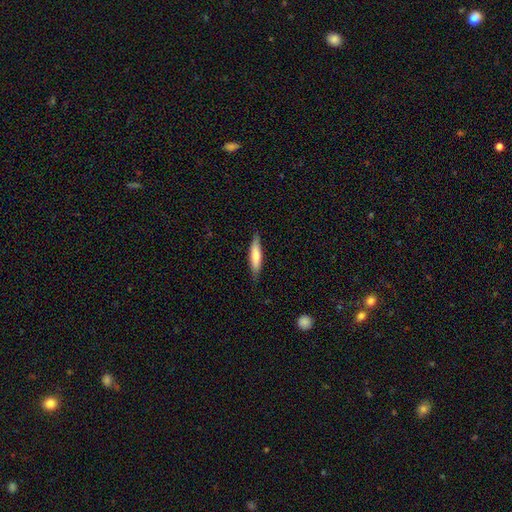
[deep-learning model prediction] A smooth galaxy with no disk features (71%) that is cigar-shaped (82%).

Vote fractions:
- Smooth or featured? smooth: 71% / featured or disk: 23% / star or artifact: 5%
- How rounded? cigar-shaped: 82% / in between: 17% / round: 1%
- Merging? none: 83% / minor disturbance: 13% / major disturbance: 2% / merger: 1%